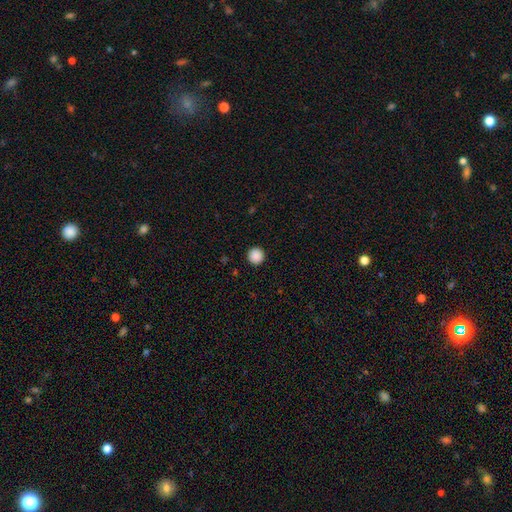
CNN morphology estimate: Overall: smooth (89%). How rounded: round (96%). Merging: none (93%).